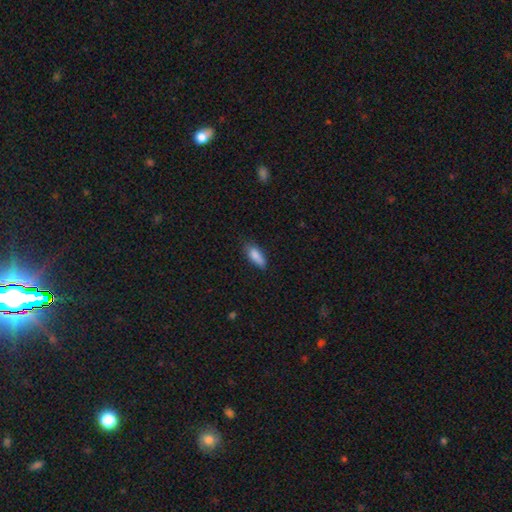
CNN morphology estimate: Smooth or featured? Predicted: smooth (p=0.84). How rounded? Predicted: in between (p=0.72). Merging? Predicted: none (p=0.64).